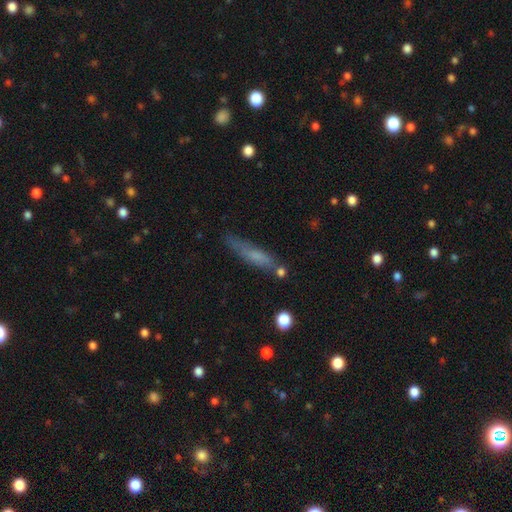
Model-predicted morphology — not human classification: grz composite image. It shows a smooth galaxy with no disk features (61%) that is cigar-shaped (81%). Merging: none (62%).